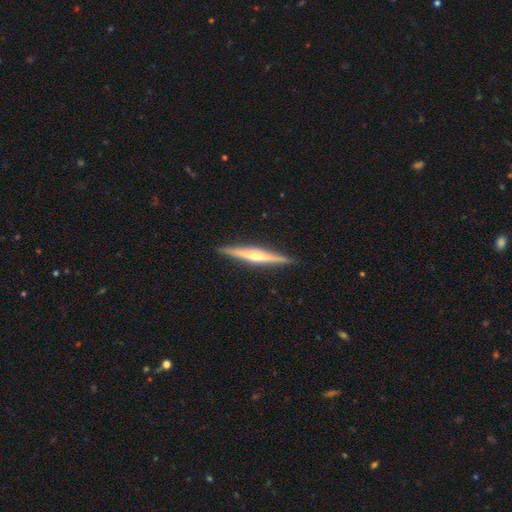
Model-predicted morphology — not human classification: featured or disk 75%, smooth 19%, star or artifact 5%. Down the decision tree: edge-on disk — yes (98%); edge-on bulge — rounded (83%); merging — none (91%).